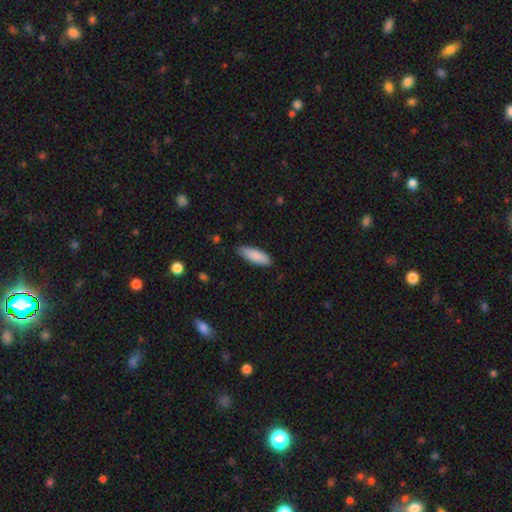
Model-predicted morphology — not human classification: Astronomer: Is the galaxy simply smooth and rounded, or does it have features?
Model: smooth — 87%.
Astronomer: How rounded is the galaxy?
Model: in between — 61% (runner-up: cigar-shaped, 37%).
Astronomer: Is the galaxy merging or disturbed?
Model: none — 84%.